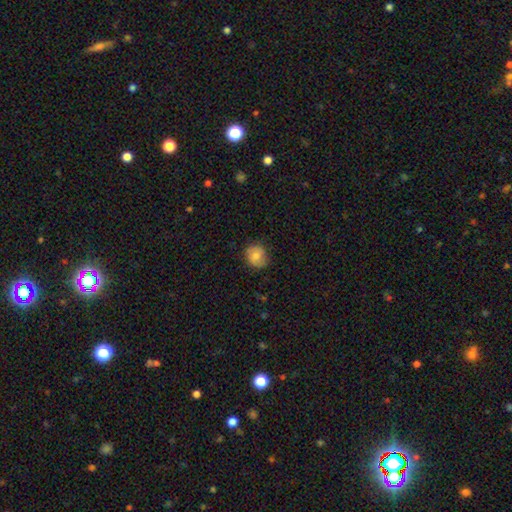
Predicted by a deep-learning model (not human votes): Smooth or featured? Predicted: smooth (p=0.72). How rounded? Predicted: round (p=0.72). Merging? Predicted: none (p=0.77).